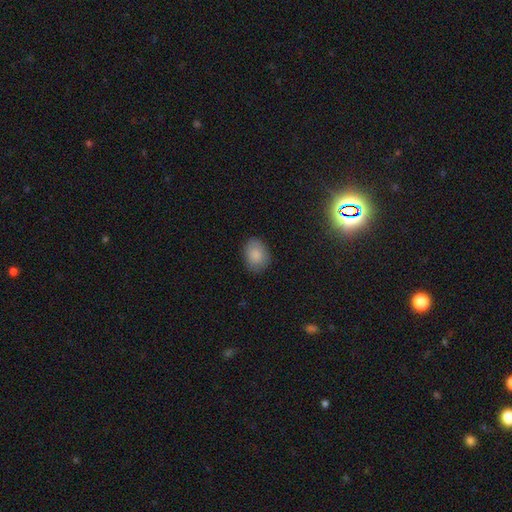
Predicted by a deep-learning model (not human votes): Smooth or featured? smooth (87%)
How rounded? in between (66%)
Merging? none (82%)